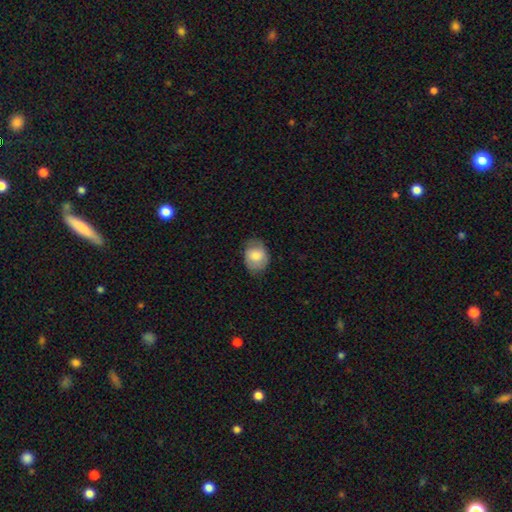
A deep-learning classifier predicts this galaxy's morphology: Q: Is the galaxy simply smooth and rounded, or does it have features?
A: smooth — 75%.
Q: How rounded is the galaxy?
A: in between — 56%.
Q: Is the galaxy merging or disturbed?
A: none — 67%.